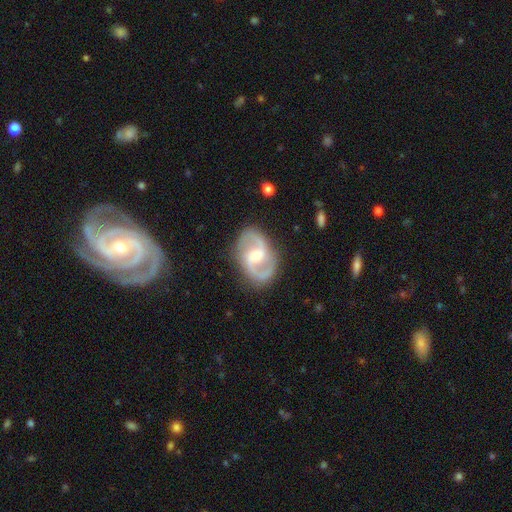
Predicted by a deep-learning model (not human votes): Smooth or featured? featured or disk (90%)
Edge-on disk? no (98%)
Bar? weak (49%)
Spiral arms? yes (97%)
Spiral winding? medium (58%)
Spiral arm count? 2 (93%)
Bulge size? moderate (52%)
Merging? none (84%)